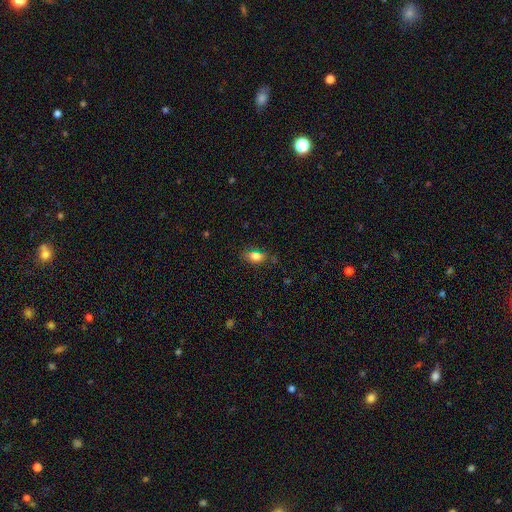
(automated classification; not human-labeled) This appears to be a smooth galaxy with no disk features (80%) that is in between round and cigar-shaped (85%). Merging: none (71%).